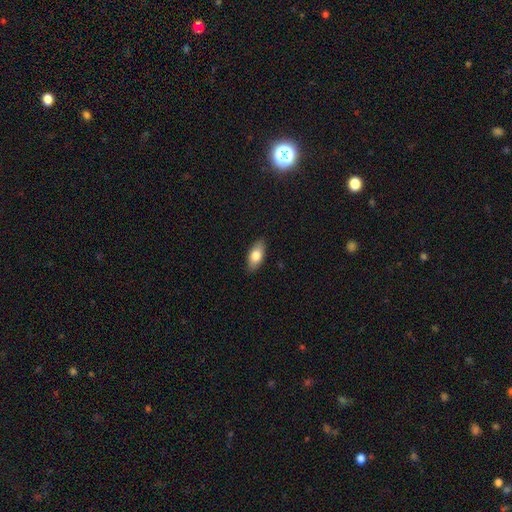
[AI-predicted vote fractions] This appears to be a smooth galaxy with no disk features (78%) that is in between round and cigar-shaped (90%). Merging: none (88%).